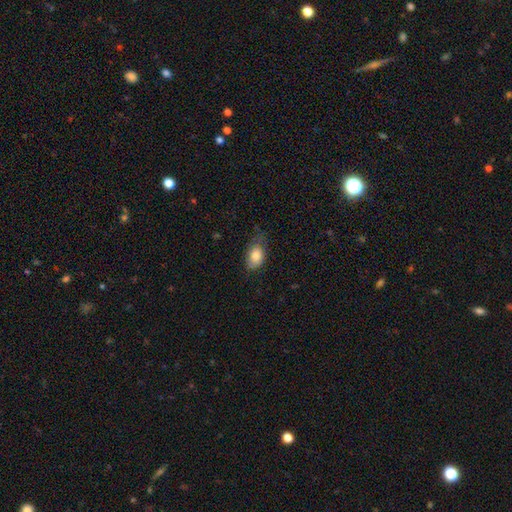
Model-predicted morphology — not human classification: Overall: smooth (82%). How rounded: in between (86%). Merging: none (48%; minor disturbance 36%).